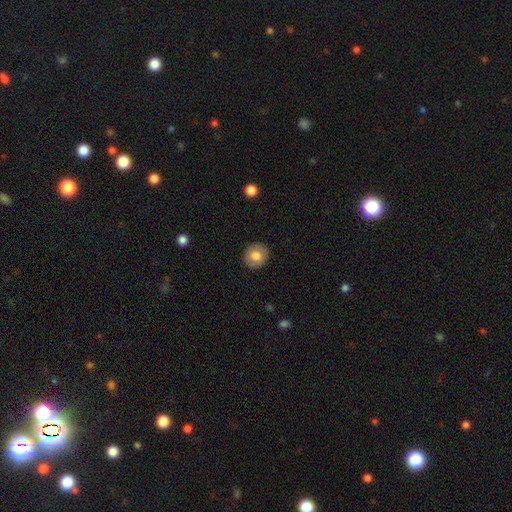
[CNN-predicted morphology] Smooth or featured? smooth (75%)
How rounded? round (82%)
Merging? none (88%)